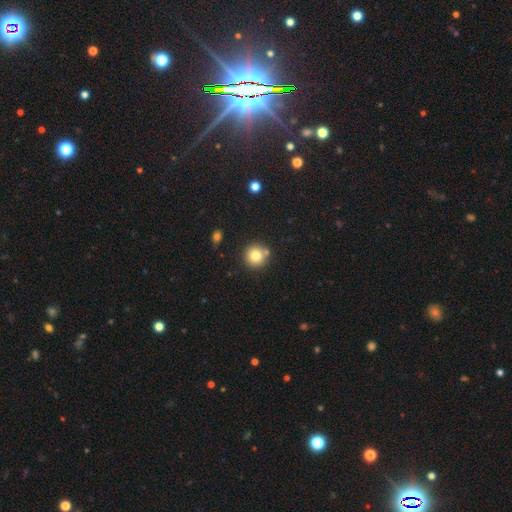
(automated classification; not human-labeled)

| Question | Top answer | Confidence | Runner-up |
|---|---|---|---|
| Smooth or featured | smooth | 79% | star or artifact (11%) |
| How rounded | round | 94% | in between (5%) |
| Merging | none | 78% | merger (11%) |